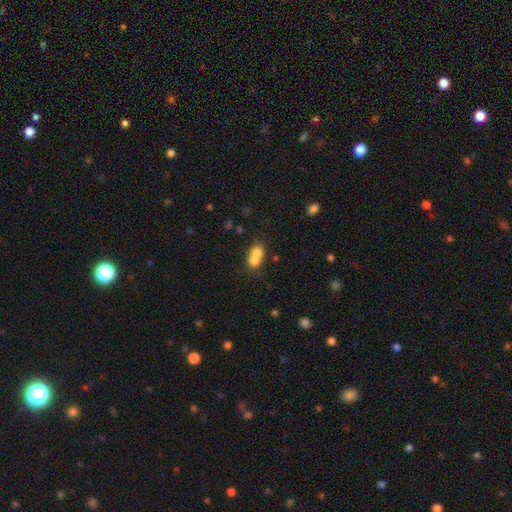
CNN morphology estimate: A smooth galaxy with no disk features (71%) that is in between round and cigar-shaped (51%). Merging: merger (69%).